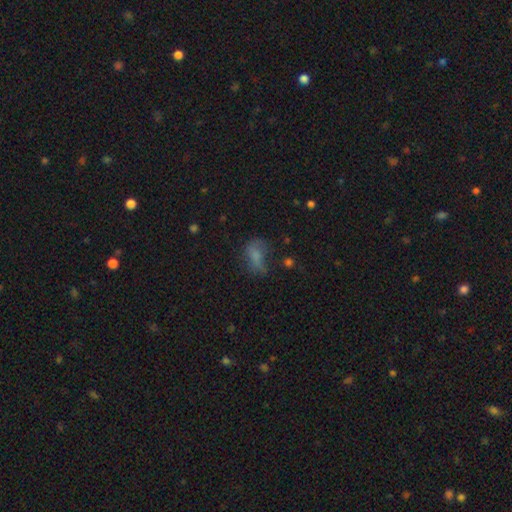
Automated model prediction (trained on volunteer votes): This appears to be a smooth galaxy with no disk features (65%) that is in between round and cigar-shaped (79%). Merging: none (35%).